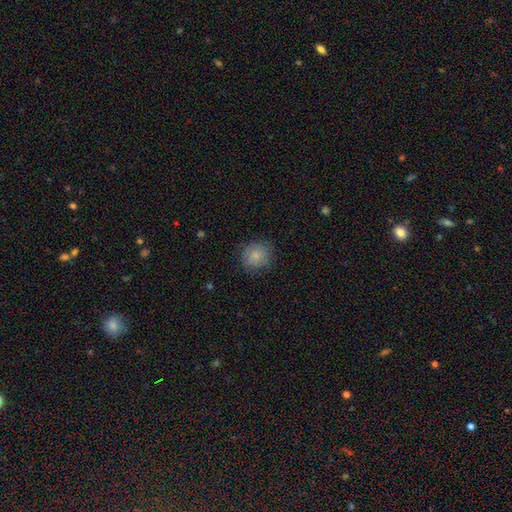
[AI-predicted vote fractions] Smooth or featured? Predicted: smooth (p=0.83). How rounded? Predicted: round (p=0.81). Merging? Predicted: none (p=0.79).